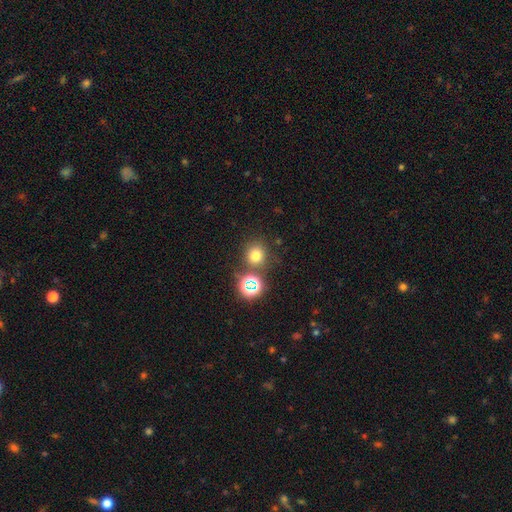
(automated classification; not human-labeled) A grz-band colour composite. It shows a smooth galaxy with no disk features (70%) that is round (88%). Merging: none (76%).